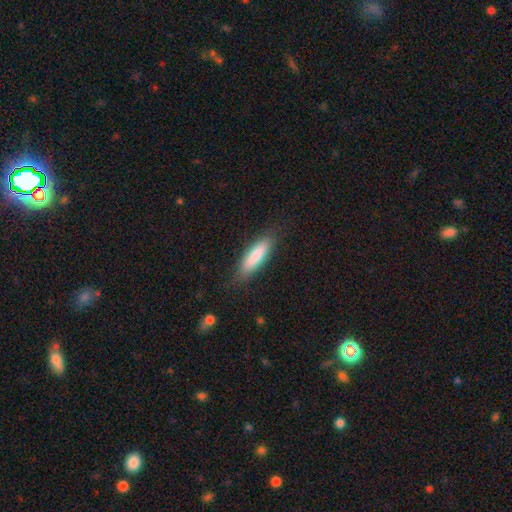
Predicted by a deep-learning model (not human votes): smooth-or-featured: smooth: 83% | featured or disk: 12% | star or artifact: 6%
  how-rounded: cigar-shaped: 61% | in between: 37% | round: 1%
  merging: none: 83% | minor disturbance: 13% | major disturbance: 3% | merger: 1%